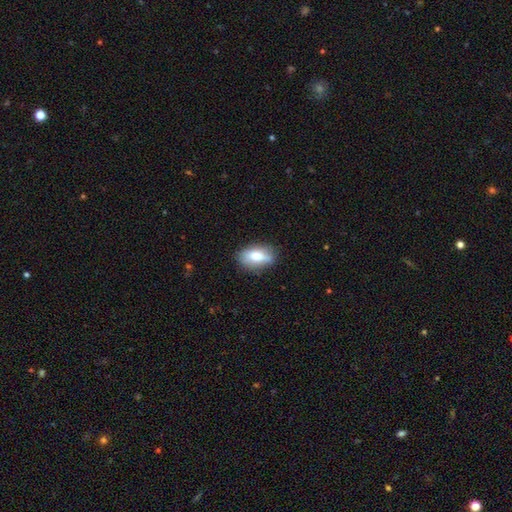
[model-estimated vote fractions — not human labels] Smooth or featured? Predicted: smooth (p=0.72). How rounded? Predicted: in between (p=0.87). Merging? Predicted: none (p=0.78).